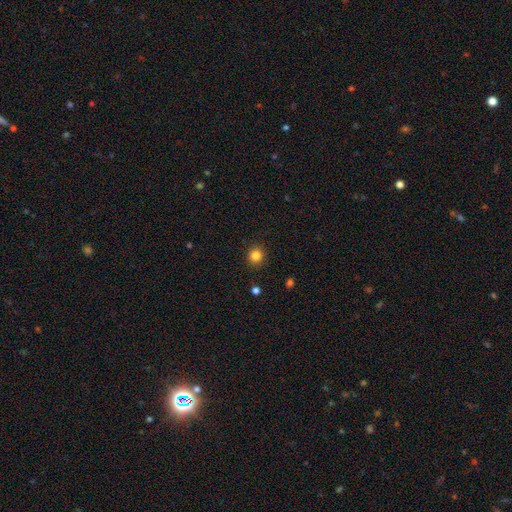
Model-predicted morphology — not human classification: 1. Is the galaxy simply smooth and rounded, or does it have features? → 84% smooth, 12% star or artifact, 4% featured or disk.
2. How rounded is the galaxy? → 90% round, 9% in between, 1% cigar-shaped.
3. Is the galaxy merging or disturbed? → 92% none, 6% minor disturbance, 2% major disturbance, 1% merger.